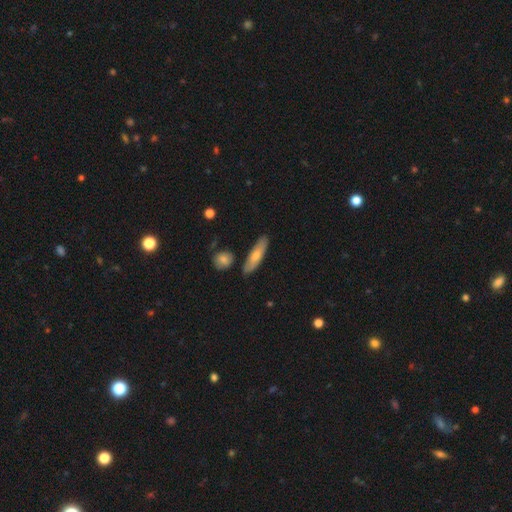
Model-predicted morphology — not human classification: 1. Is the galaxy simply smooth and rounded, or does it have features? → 59% smooth, 34% featured or disk, 7% star or artifact.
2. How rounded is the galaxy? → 69% cigar-shaped, 28% in between, 3% round.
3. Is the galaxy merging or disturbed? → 82% none, 12% minor disturbance, 4% merger, 2% major disturbance.